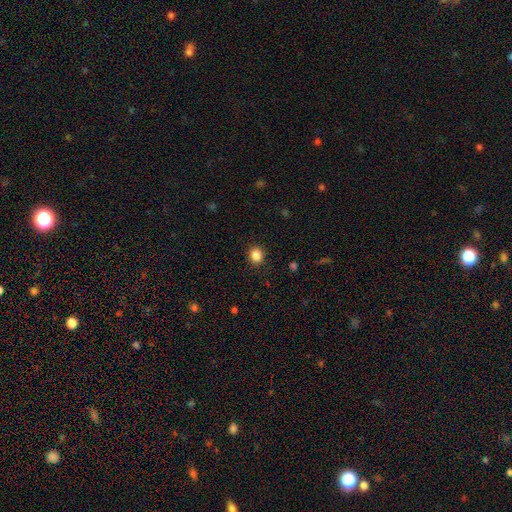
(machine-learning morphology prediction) Smooth or featured: smooth — 85% (star or artifact — 11%)
How rounded: round — 78% (in between — 22%)
Merging: none — 90% (minor disturbance — 7%)